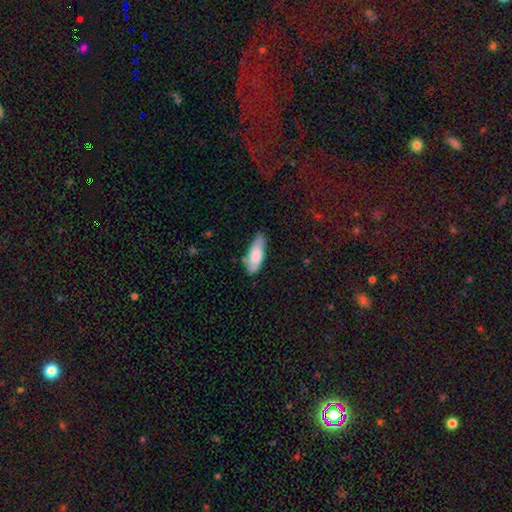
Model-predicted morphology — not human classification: Smooth or featured? smooth (74%)
How rounded? in between (65%)
Merging? none (70%)